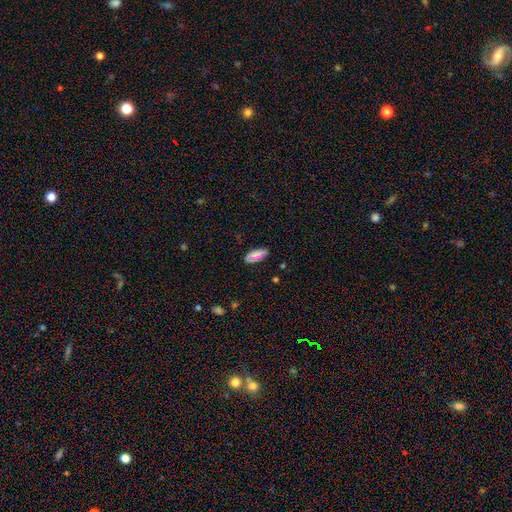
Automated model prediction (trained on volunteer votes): This is clearly a smooth galaxy (88%). How rounded: clearly in between (83%). Merging: clearly none (87%).